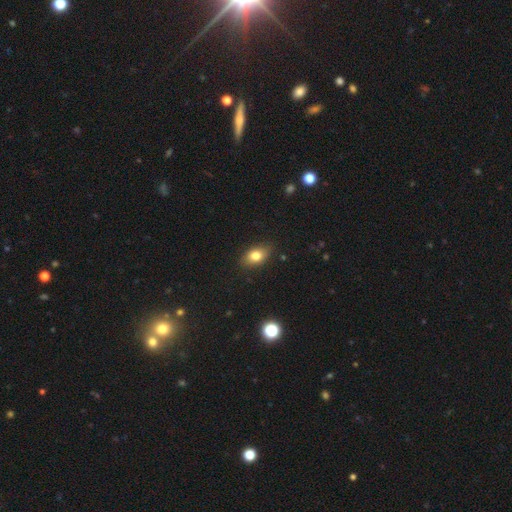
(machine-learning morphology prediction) Smooth or featured?
  - smooth: 79% *
  - featured or disk: 11%
  - star or artifact: 10%
How rounded?
  - in between: 82% *
  - round: 16%
  - cigar-shaped: 2%
Merging?
  - none: 85% *
  - minor disturbance: 12%
  - major disturbance: 2%
  - merger: 1%